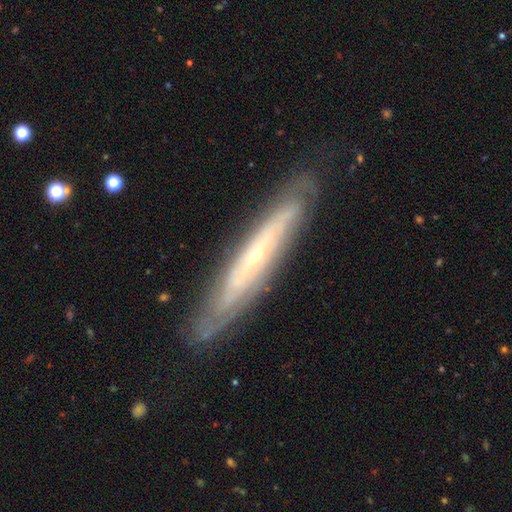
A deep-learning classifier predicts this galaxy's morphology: The model was most divided on "edge-on disk": yes: 57%, no: 43%. More confident: merging — none (82%); smooth or featured — featured or disk (75%).